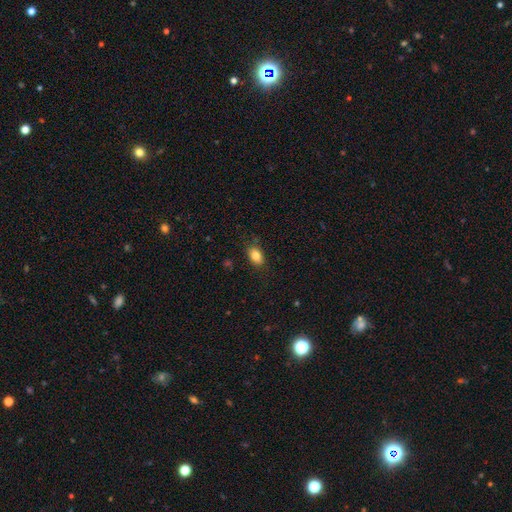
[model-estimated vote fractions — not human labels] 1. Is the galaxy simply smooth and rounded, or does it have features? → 84% smooth, 9% star or artifact, 8% featured or disk.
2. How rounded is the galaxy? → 87% in between, 11% round, 2% cigar-shaped.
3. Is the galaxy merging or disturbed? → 85% none, 12% minor disturbance, 3% major disturbance, 1% merger.